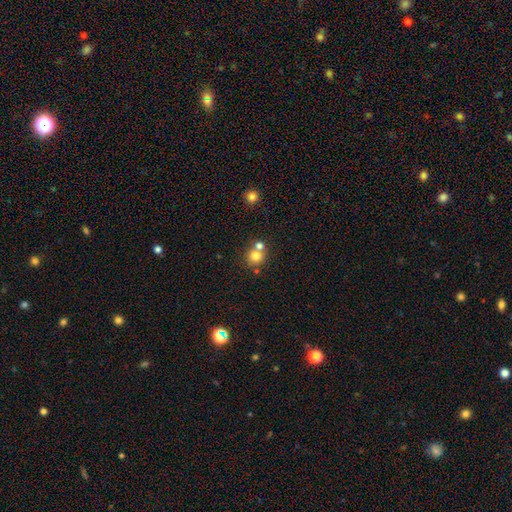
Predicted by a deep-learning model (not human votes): Overall: smooth (76%). How rounded: round (87%). Merging: none (53%; merger 37%).